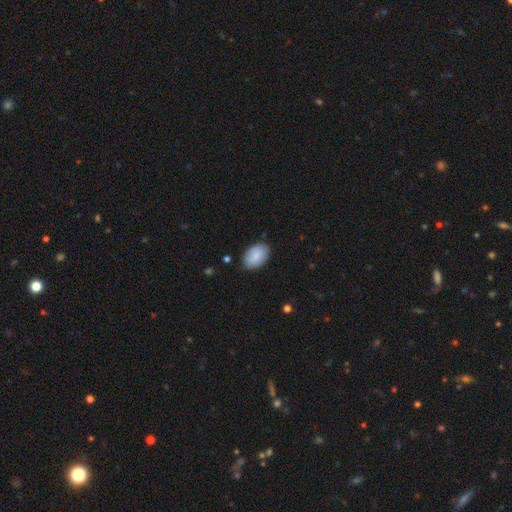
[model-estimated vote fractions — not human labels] Smooth or featured?
  - smooth: 86% *
  - featured or disk: 8%
  - star or artifact: 6%
How rounded?
  - in between: 90% *
  - round: 8%
  - cigar-shaped: 1%
Merging?
  - none: 83% *
  - minor disturbance: 13%
  - major disturbance: 3%
  - merger: 1%